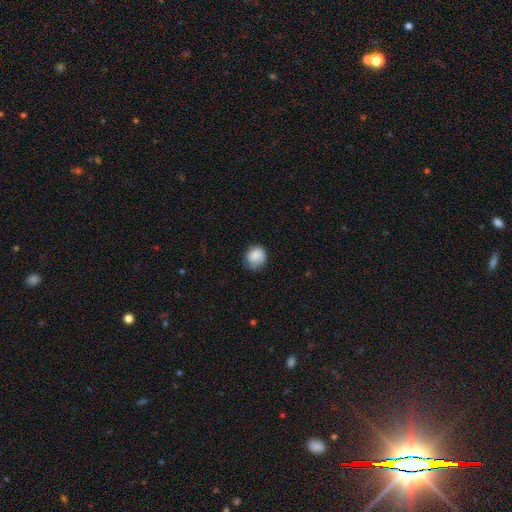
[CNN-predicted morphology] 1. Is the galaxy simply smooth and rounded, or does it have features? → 81% smooth, 12% featured or disk, 7% star or artifact.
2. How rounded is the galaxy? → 72% round, 27% in between, 1% cigar-shaped.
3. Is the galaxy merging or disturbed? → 62% none, 28% minor disturbance, 9% major disturbance, 1% merger.